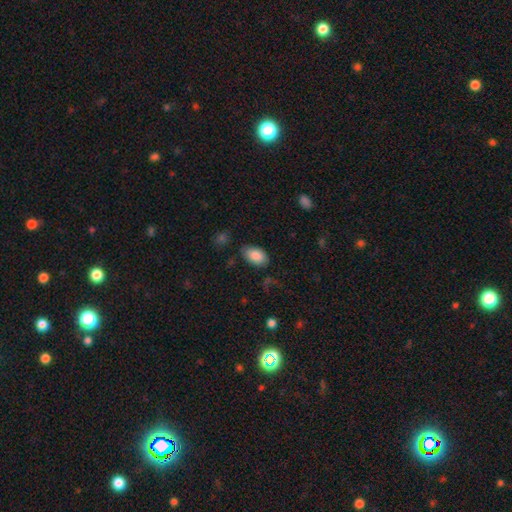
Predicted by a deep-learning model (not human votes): A smooth galaxy with no disk features (86%) that is in between round and cigar-shaped (92%). Merging: none (79%).